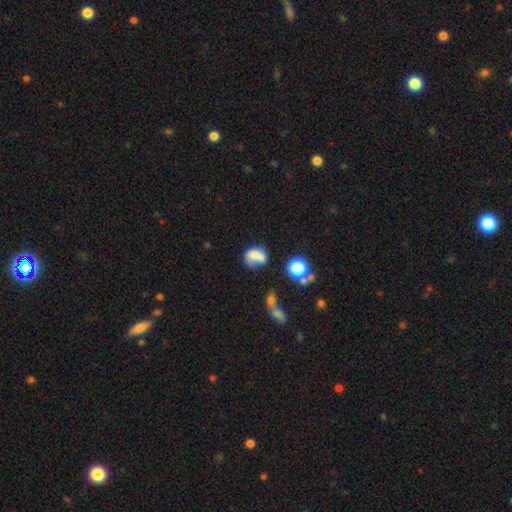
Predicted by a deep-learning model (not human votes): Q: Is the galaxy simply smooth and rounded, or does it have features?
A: smooth — 69%.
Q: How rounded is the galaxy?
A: in between — 58%.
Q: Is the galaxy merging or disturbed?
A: none — 32%.